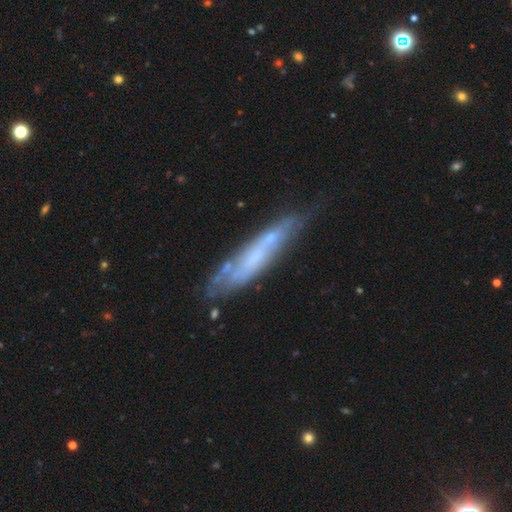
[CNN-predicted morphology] Smooth or featured? featured or disk (58%)
Edge-on disk? yes (56%)
Merging? none (59%)